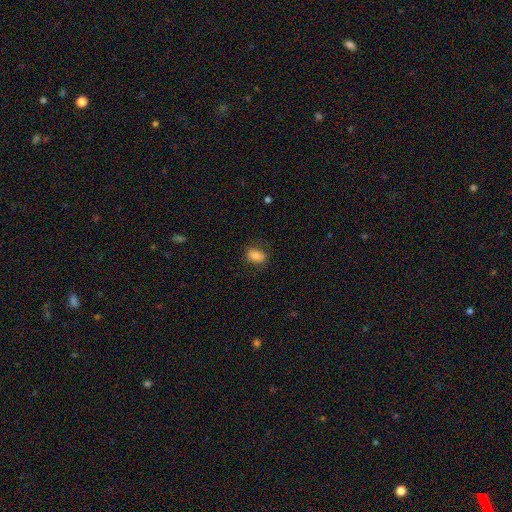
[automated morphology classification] This appears to be a smooth galaxy with no disk features (82%) that is in between round and cigar-shaped (77%). Merging: none (81%).